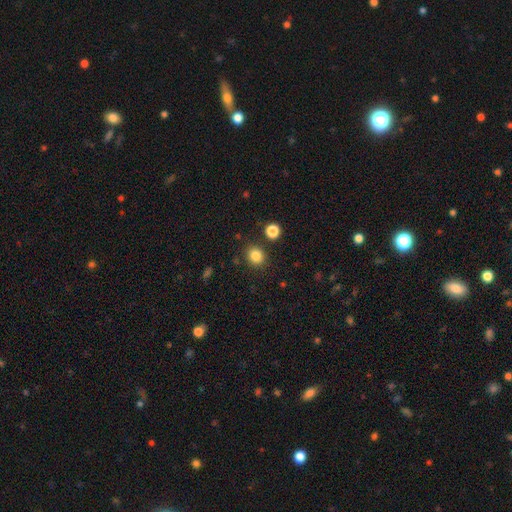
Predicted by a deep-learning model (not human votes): Smooth or featured? Predicted: smooth (p=0.84). How rounded? Predicted: round (p=0.77). Merging? Predicted: none (p=0.86).